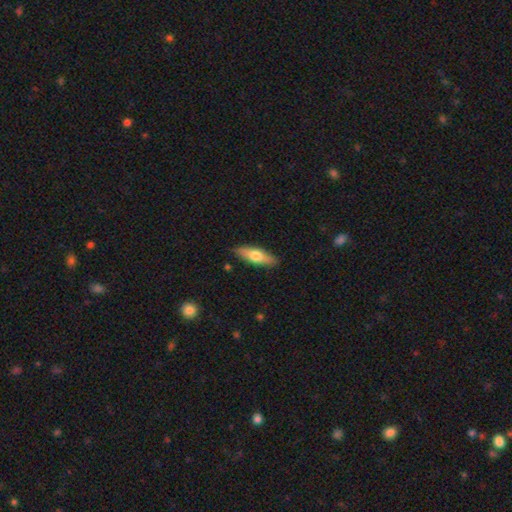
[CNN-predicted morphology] Smooth or featured? smooth (60%)
How rounded? cigar-shaped (50%)
Merging? none (87%)